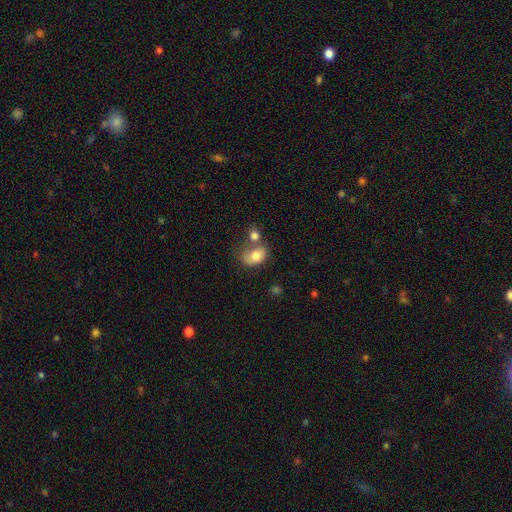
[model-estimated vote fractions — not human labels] Q: Smooth or featured?
A: smooth (75%); runner-up: featured or disk (17%)
Q: How rounded?
A: in between (75%); runner-up: round (24%)
Q: Merging?
A: merger (42%); runner-up: none (27%)